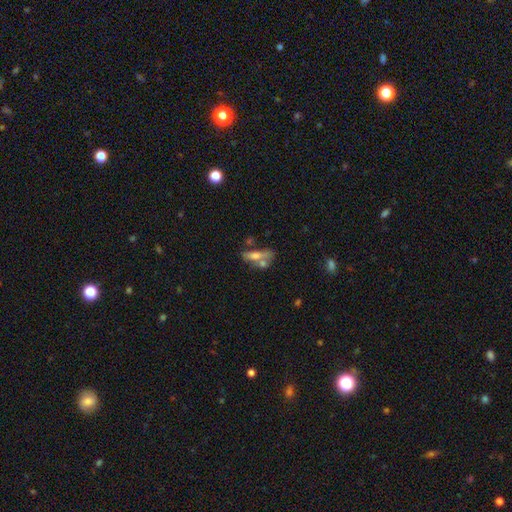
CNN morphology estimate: The model was most divided on "how rounded": in between: 48%, cigar-shaped: 47%, round: 5%. Remaining: smooth or featured — smooth (51%); merging — none (37%).